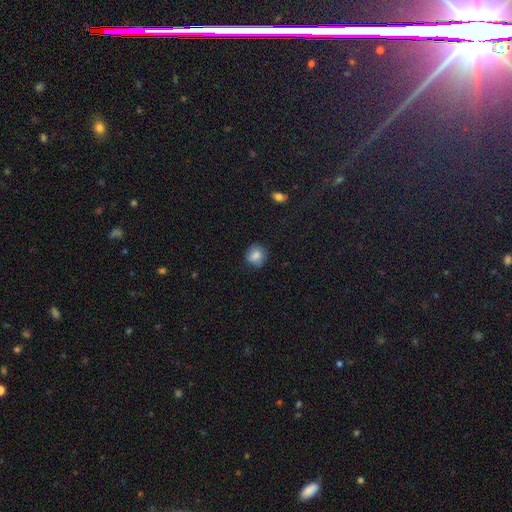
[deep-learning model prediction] smooth-or-featured: smooth: 81% | featured or disk: 10% | star or artifact: 9%
  how-rounded: round: 81% | in between: 18% | cigar-shaped: 1%
  merging: none: 78% | minor disturbance: 17% | major disturbance: 4% | merger: 1%